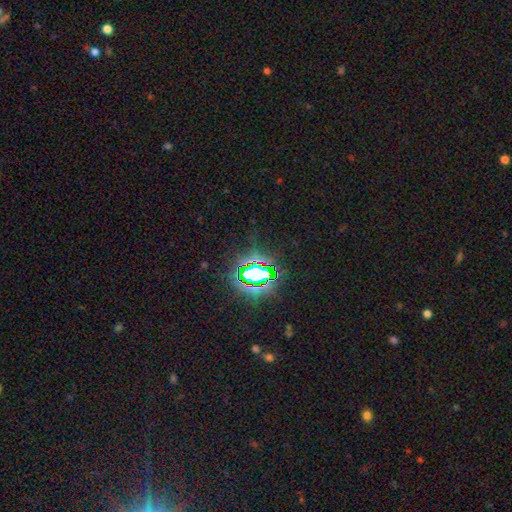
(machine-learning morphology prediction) smooth-or-featured: star or artifact: 74% | smooth: 16% | featured or disk: 10%